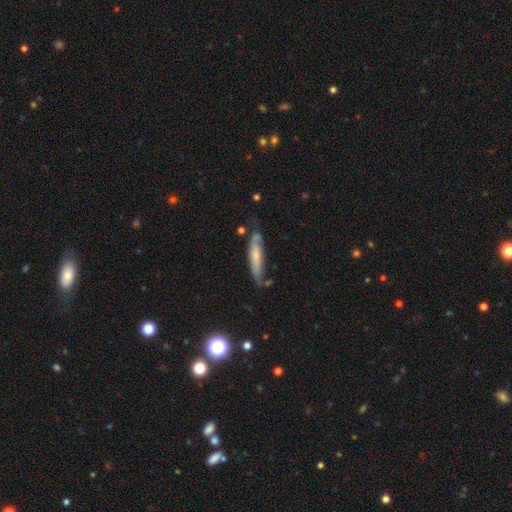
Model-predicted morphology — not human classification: Smooth or featured?
  - smooth: 54% *
  - featured or disk: 39%
  - star or artifact: 7%
How rounded?
  - cigar-shaped: 83% *
  - in between: 16%
  - round: 2%
Merging?
  - none: 56% *
  - minor disturbance: 28%
  - major disturbance: 9%
  - merger: 7%